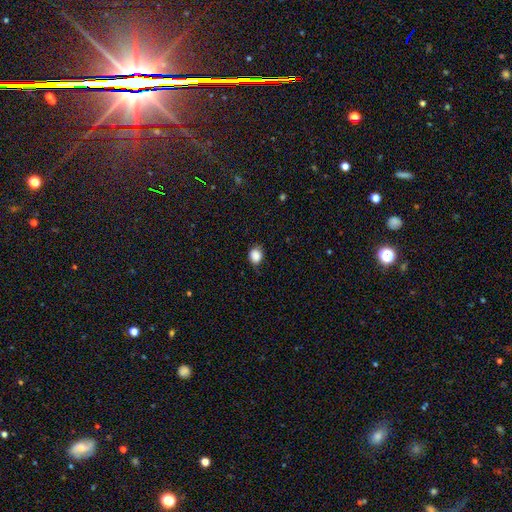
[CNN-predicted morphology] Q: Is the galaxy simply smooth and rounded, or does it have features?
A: smooth — 87%.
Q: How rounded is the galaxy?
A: round — 59%.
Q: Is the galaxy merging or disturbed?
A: none — 74%.